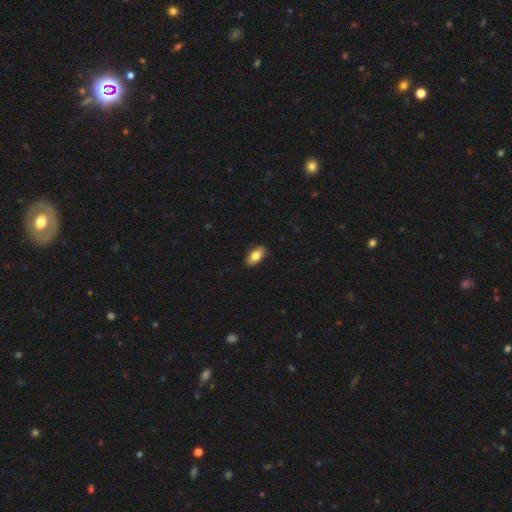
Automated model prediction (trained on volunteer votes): smooth 81%, featured or disk 13%, star or artifact 6%. Down the decision tree: how rounded — in between (91%); merging — none (89%).